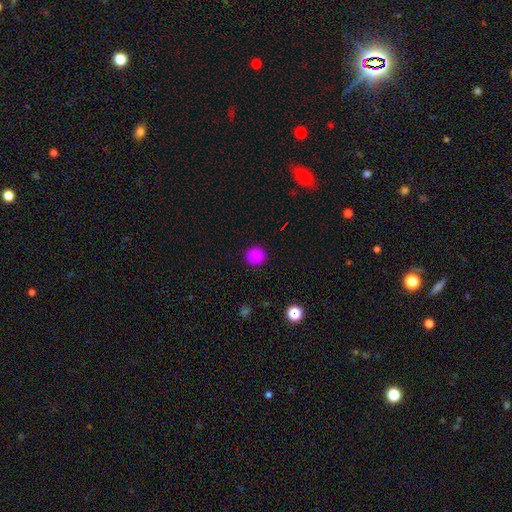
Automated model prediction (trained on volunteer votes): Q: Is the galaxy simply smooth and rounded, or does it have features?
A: smooth — 86%.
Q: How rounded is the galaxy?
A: round — 90%.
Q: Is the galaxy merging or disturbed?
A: none — 91%.